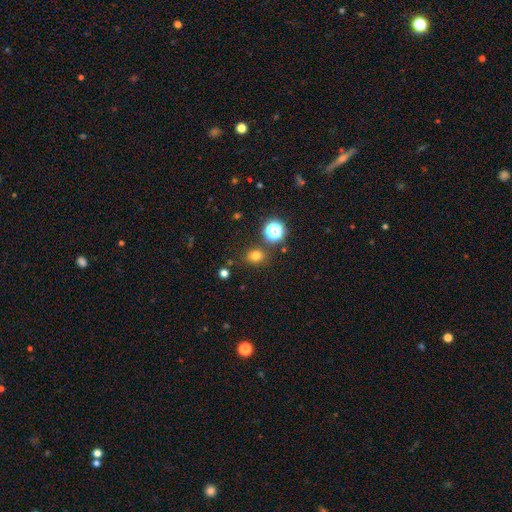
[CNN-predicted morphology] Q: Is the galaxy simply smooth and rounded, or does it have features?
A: smooth — 73%.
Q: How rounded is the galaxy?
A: round — 70%.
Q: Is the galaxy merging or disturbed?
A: none — 81%.